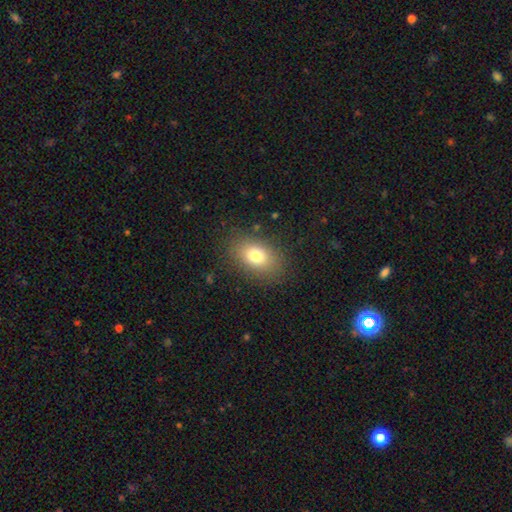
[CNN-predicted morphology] Overall: smooth (76%). How rounded: in between (80%). Merging: none (84%).